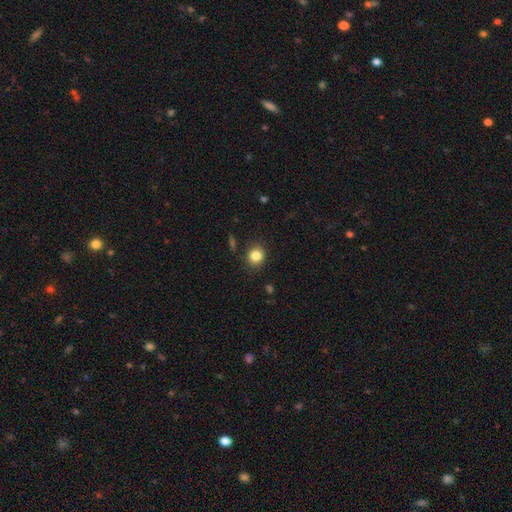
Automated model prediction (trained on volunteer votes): Smooth or featured? smooth (83%)
How rounded? round (80%)
Merging? none (87%)